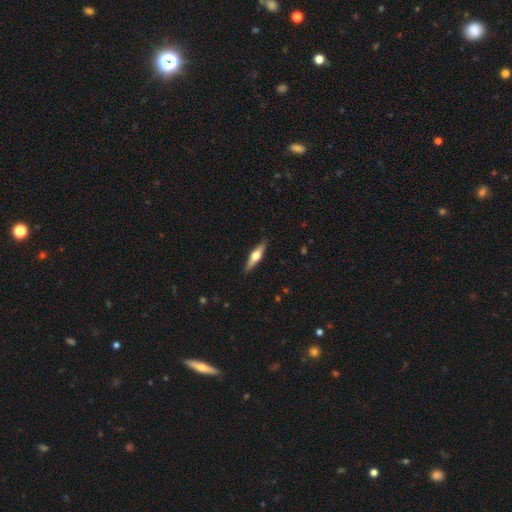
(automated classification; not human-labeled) Smooth or featured: featured or disk — 54% (smooth — 41%)
Edge-on disk: yes — 94% (no — 6%)
Edge-on bulge: rounded — 93% (boxy — 4%)
Merging: none — 89% (minor disturbance — 9%)